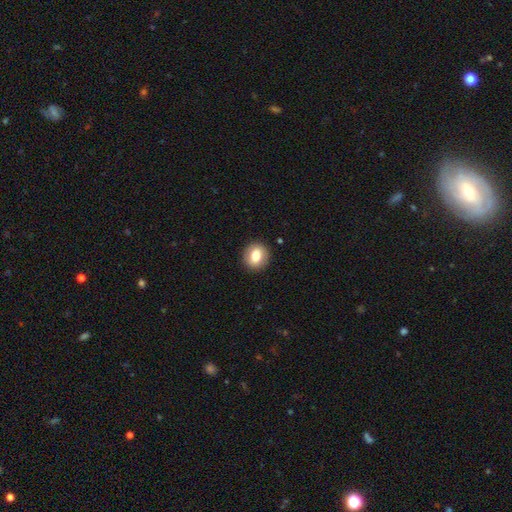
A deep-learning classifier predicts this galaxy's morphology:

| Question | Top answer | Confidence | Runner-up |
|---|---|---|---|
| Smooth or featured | smooth | 78% | featured or disk (13%) |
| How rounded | round | 74% | in between (25%) |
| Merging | none | 90% | minor disturbance (6%) |